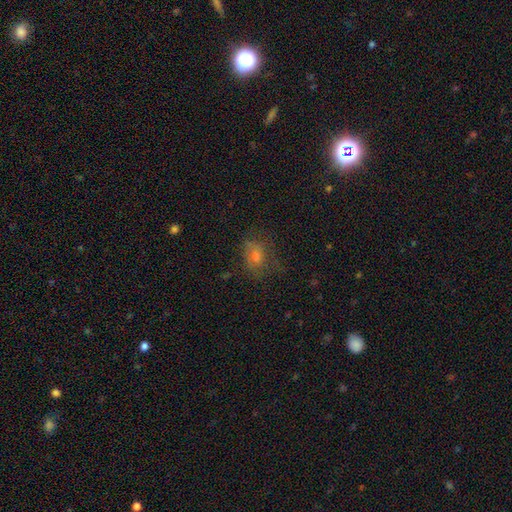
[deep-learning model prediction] The model was most divided on "how rounded": in between: 54%, round: 44%, cigar-shaped: 2%. More confident: merging — none (62%); smooth or featured — smooth (54%).